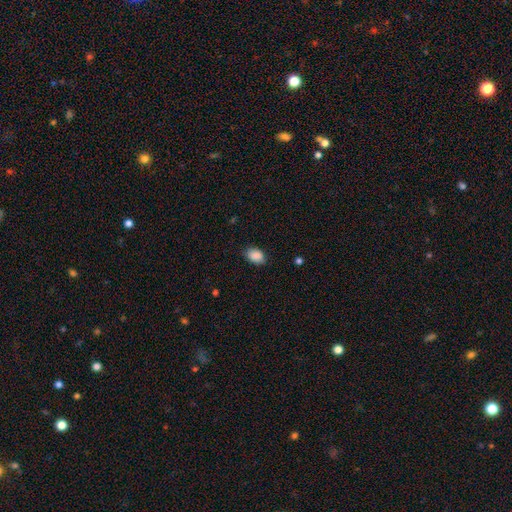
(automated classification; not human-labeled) Q: Smooth or featured?
A: smooth (89%); runner-up: star or artifact (7%)
Q: How rounded?
A: in between (82%); runner-up: round (16%)
Q: Merging?
A: none (82%); runner-up: minor disturbance (14%)